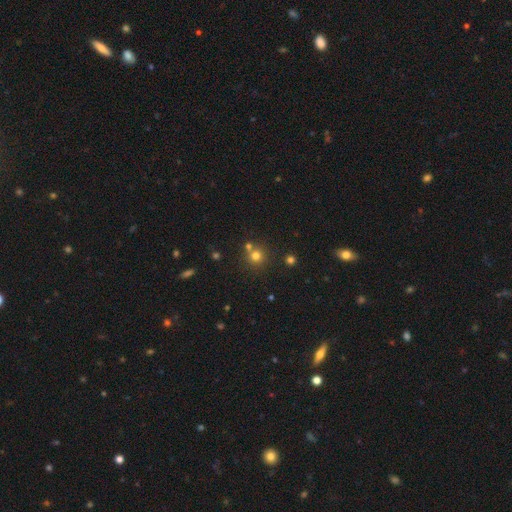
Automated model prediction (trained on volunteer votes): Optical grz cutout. It shows a smooth galaxy with no disk features (73%) that is round (91%). Merging: none (66%).